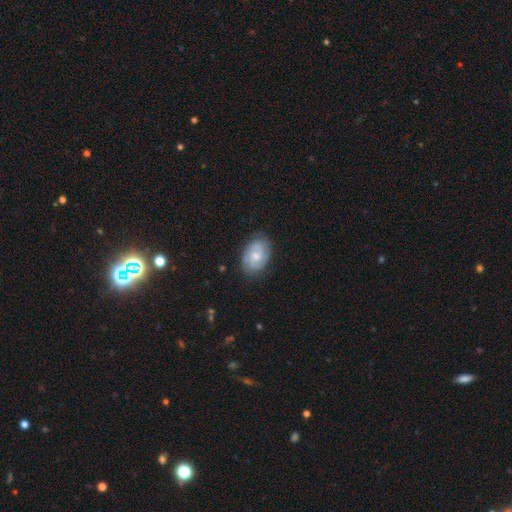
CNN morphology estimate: This appears to be a featured or disk galaxy (58%) with no bar (71%), spiral arms (83%) and a moderate central bulge (50%). Merging: none (76%).